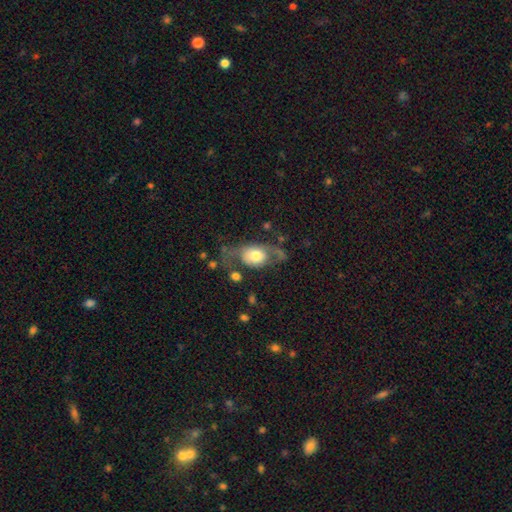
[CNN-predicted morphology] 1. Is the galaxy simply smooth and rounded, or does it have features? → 49% smooth, 44% featured or disk, 7% star or artifact.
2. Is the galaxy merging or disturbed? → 41% none, 31% major disturbance, 22% minor disturbance, 6% merger.